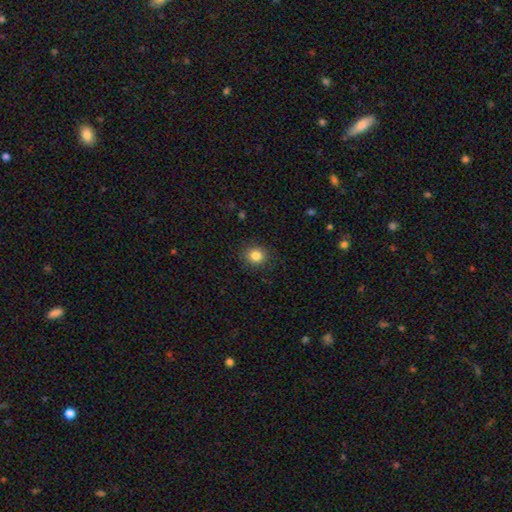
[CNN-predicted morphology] smooth 83%, star or artifact 11%, featured or disk 6%. Down the decision tree: how rounded — round (82%); merging — none (89%).